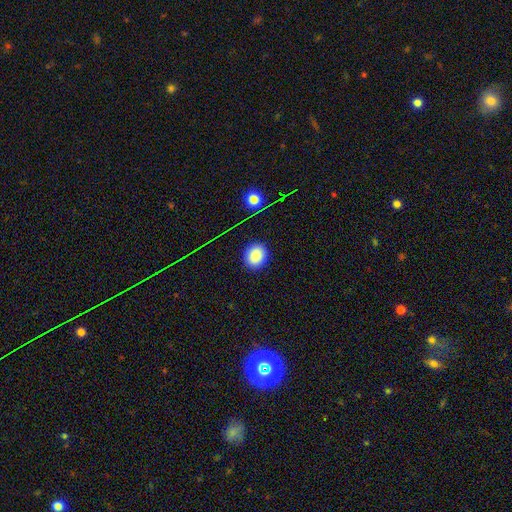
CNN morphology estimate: type=smooth (84%); roundness=round (68%); merging=none (89%).